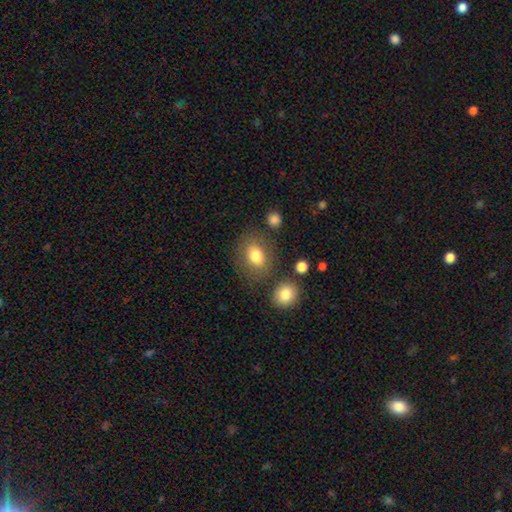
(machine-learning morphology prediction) Smooth or featured: smooth — 78% (featured or disk — 12%)
How rounded: in between — 56% (round — 43%)
Merging: none — 74% (minor disturbance — 15%)